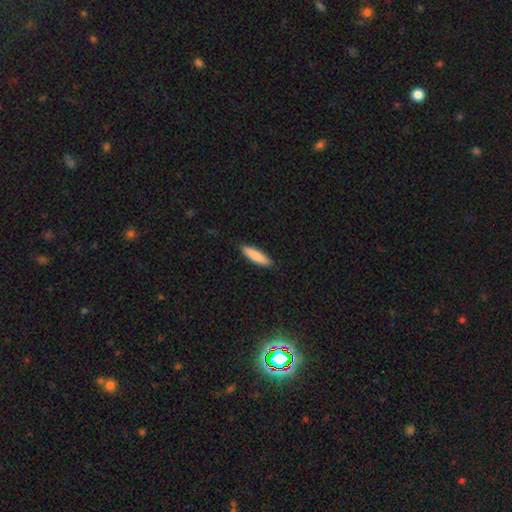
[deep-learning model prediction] smooth-or-featured: smooth: 86% | featured or disk: 9% | star or artifact: 5%
  how-rounded: cigar-shaped: 72% | in between: 27% | round: 1%
  merging: none: 89% | minor disturbance: 9% | major disturbance: 2% | merger: 1%